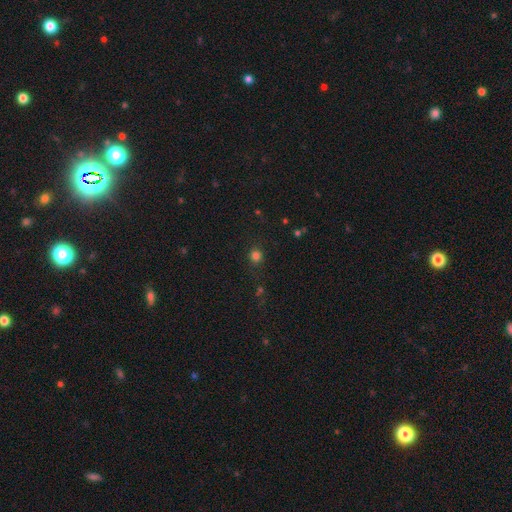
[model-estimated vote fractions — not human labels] This appears to be a smooth galaxy with no disk features (77%) that is round (89%). Merging: none (86%).